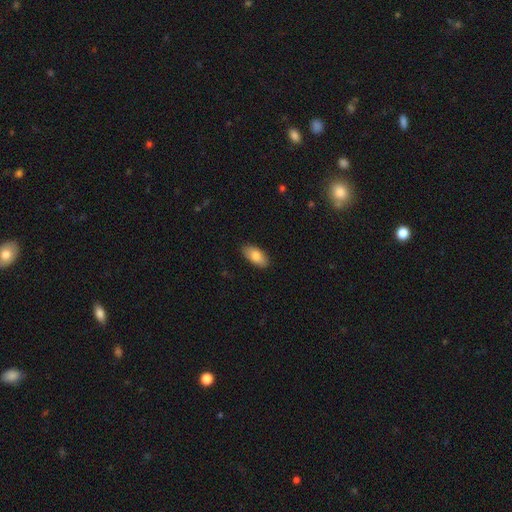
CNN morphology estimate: Smooth or featured? smooth (83%)
How rounded? in between (91%)
Merging? none (87%)